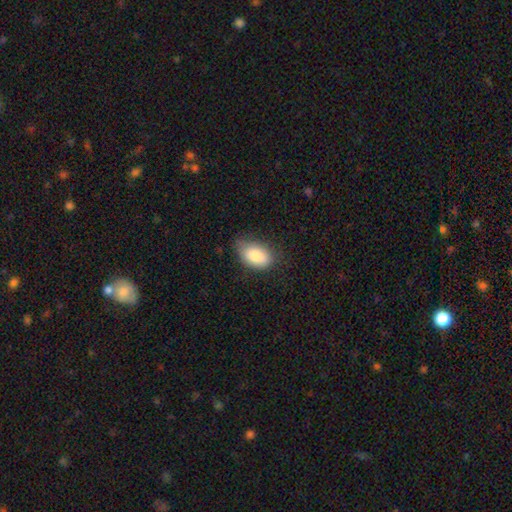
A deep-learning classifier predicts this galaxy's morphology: smooth 84%, featured or disk 9%, star or artifact 7%. Down the decision tree: how rounded — in between (90%); merging — none (62%).